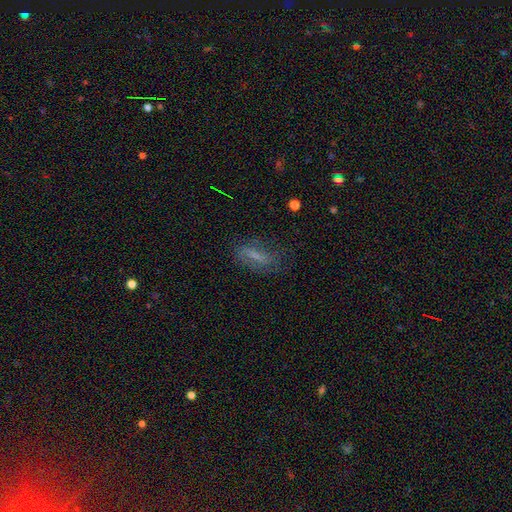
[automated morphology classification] type=smooth (52%); roundness=in between (50%); merging=none (65%).